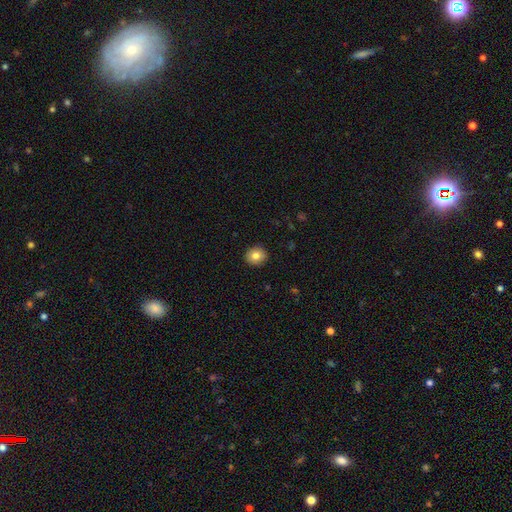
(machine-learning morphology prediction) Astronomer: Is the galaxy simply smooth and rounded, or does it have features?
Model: smooth — 82%.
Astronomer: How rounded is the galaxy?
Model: round — 83%.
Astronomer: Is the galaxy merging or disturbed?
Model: none — 92%.